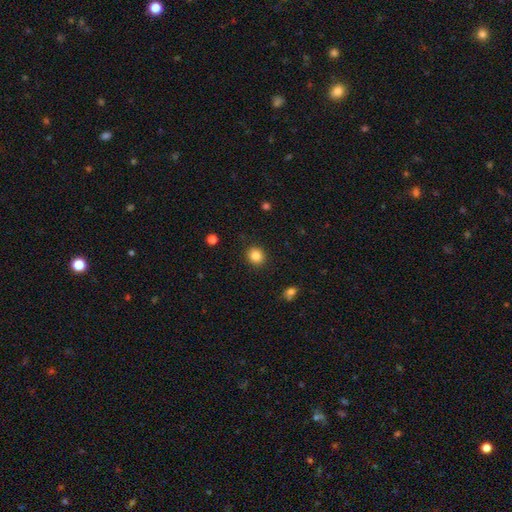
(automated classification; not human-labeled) smooth 84%, star or artifact 11%, featured or disk 5%. Down the decision tree: how rounded — round (83%); merging — none (90%).